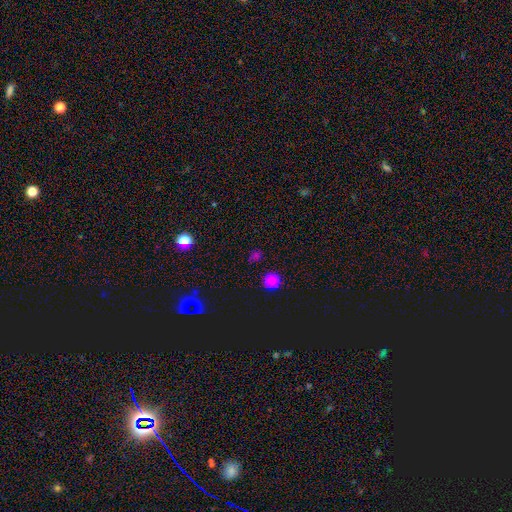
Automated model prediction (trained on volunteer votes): smooth 52%, star or artifact 42%, featured or disk 6%. Down the decision tree: how rounded — round (81%); merging — none (82%).